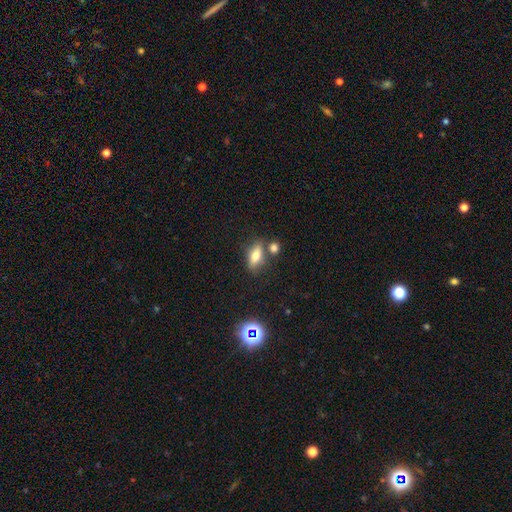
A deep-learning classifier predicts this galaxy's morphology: A smooth galaxy with no disk features (69%) that is in between round and cigar-shaped (75%).

Vote fractions:
- Smooth or featured? smooth: 69% / featured or disk: 20% / star or artifact: 11%
- How rounded? in between: 75% / cigar-shaped: 18% / round: 7%
- Merging? none: 67% / merger: 15% / minor disturbance: 13% / major disturbance: 4%